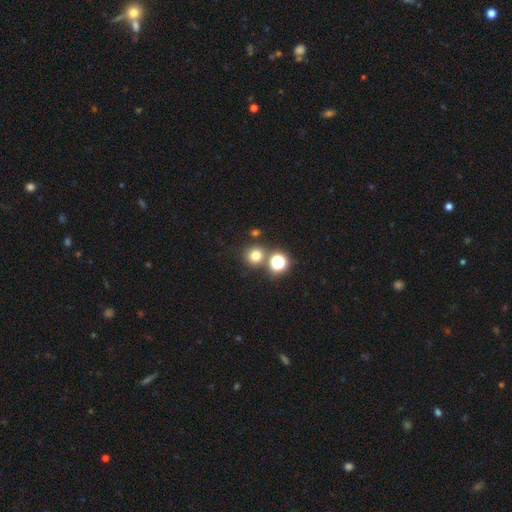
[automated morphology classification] smooth-or-featured: smooth: 72% | star or artifact: 21% | featured or disk: 7%
  how-rounded: round: 91% | in between: 8% | cigar-shaped: 1%
  merging: none: 75% | merger: 14% | minor disturbance: 7% | major disturbance: 3%